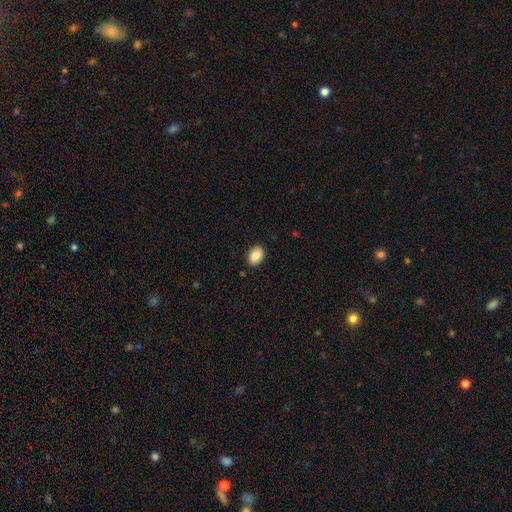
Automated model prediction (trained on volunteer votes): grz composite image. It shows a smooth galaxy with no disk features (85%) that is in between round and cigar-shaped (81%). Merging: none (88%).